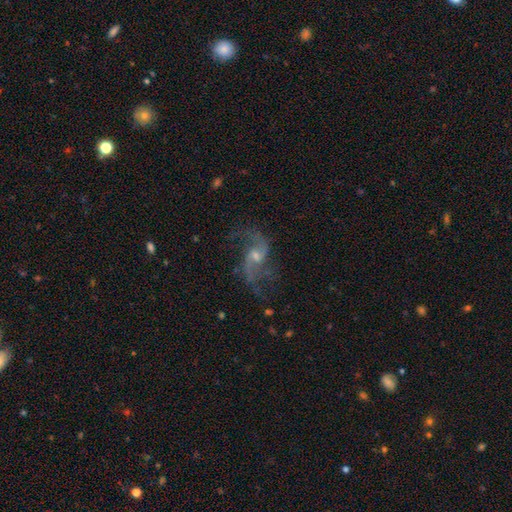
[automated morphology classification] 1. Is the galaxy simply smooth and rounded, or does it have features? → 86% featured or disk, 9% star or artifact, 5% smooth.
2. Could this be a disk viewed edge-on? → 97% no, 3% yes.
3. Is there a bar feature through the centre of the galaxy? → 50% no, 40% weak, 10% strong.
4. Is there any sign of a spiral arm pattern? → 96% yes, 4% no.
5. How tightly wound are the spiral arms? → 74% loose, 21% medium, 4% tight.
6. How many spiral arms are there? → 83% 2, 5% 3, 5% can't tell, 3% 1, 2% 4, 2% more than 4.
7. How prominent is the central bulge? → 47% small, 44% moderate, 4% none, 3% large, 1% dominant.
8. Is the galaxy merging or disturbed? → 70% none, 15% minor disturbance, 12% major disturbance, 2% merger.